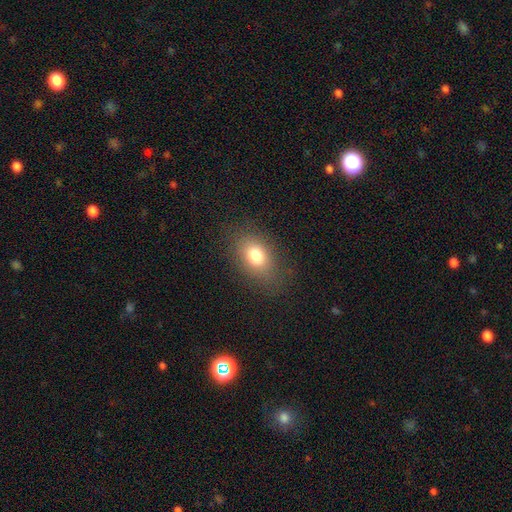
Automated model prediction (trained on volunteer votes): smooth 77%, star or artifact 12%, featured or disk 11%. Down the decision tree: how rounded — in between (78%); merging — none (81%).